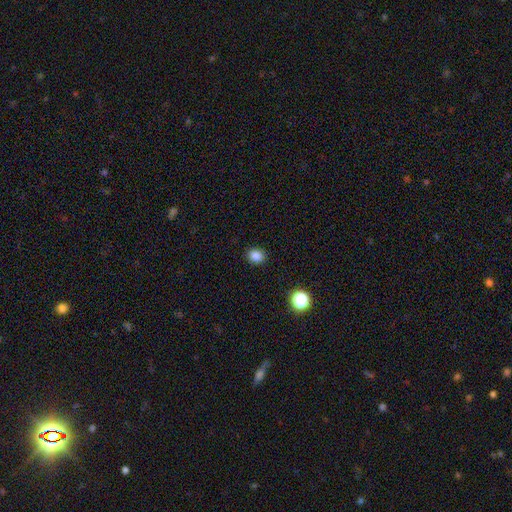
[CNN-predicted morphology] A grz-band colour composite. It shows a smooth galaxy with no disk features (84%) that is round (74%). Merging: none (90%).